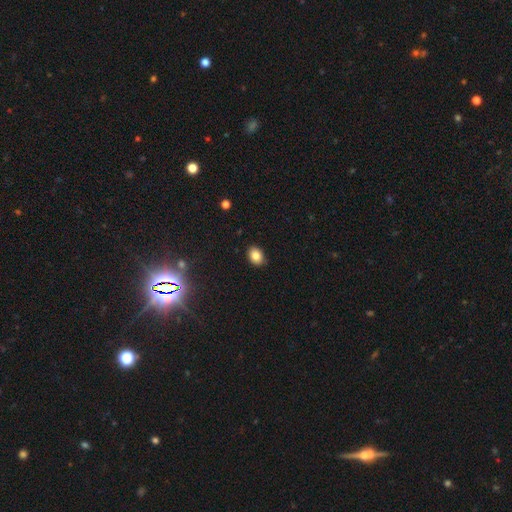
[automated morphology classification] Smooth or featured? smooth (83%)
How rounded? in between (67%)
Merging? none (88%)